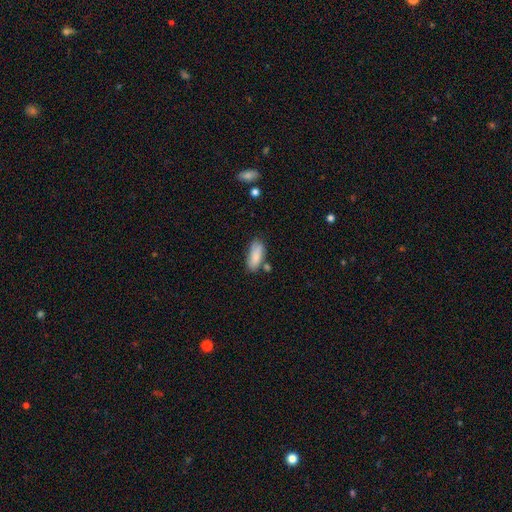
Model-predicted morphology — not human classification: type=smooth (85%); roundness=in between (80%); merging=none (67%).